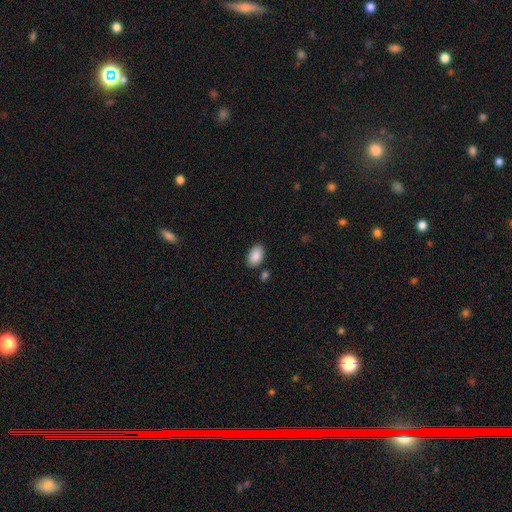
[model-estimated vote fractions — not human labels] smooth_or_featured: smooth (p=0.89) [alt: star or artifact p=0.07]
how_rounded: in between (p=0.93) [alt: round p=0.06]
merging: none (p=0.82) [alt: minor disturbance p=0.11]